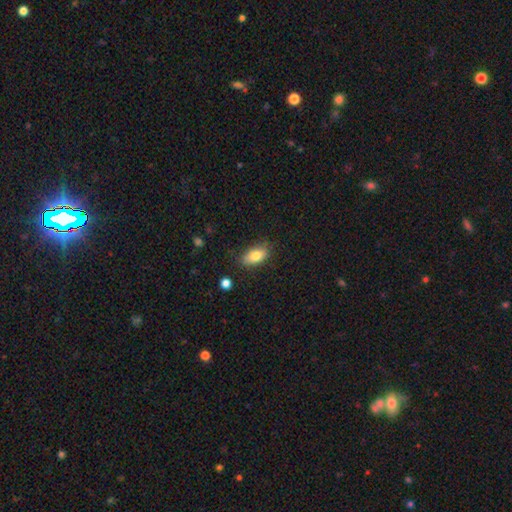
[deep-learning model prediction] This is clearly a smooth galaxy (80%). How rounded: clearly in between (88%). Merging: likely none (77%).